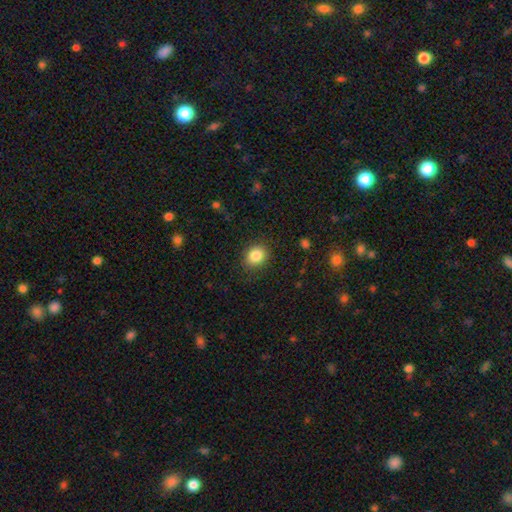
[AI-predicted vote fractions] Morphology: type=smooth (84%); roundness=round (62%); merging=none (86%).